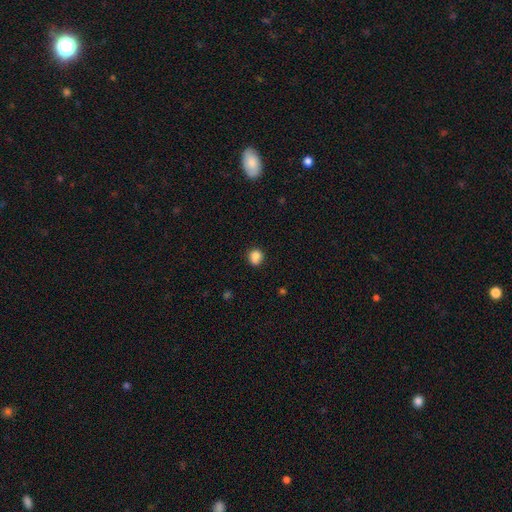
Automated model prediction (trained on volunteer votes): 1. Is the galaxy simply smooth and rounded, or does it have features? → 85% smooth, 10% star or artifact, 5% featured or disk.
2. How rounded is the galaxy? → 78% round, 21% in between, 1% cigar-shaped.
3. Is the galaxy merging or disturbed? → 74% none, 18% minor disturbance, 4% merger, 4% major disturbance.